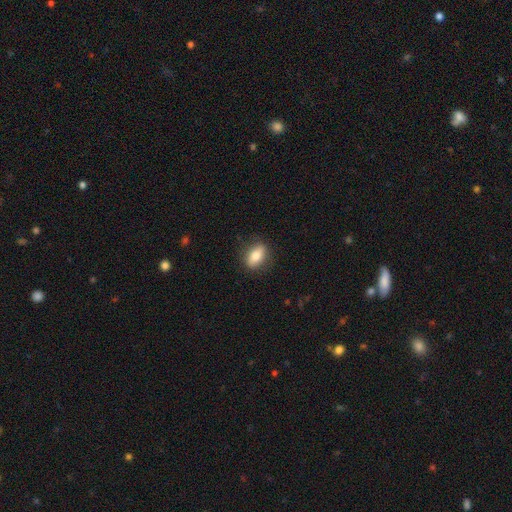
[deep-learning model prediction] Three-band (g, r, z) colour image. It shows a smooth galaxy with no disk features (77%) that is in between round and cigar-shaped (79%). Merging: none (83%).